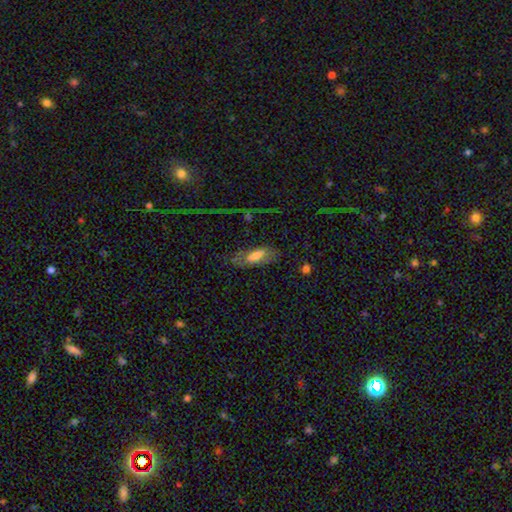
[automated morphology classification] Smooth or featured? Predicted: smooth (p=0.60). How rounded? Predicted: in between (p=0.70). Merging? Predicted: none (p=0.59).